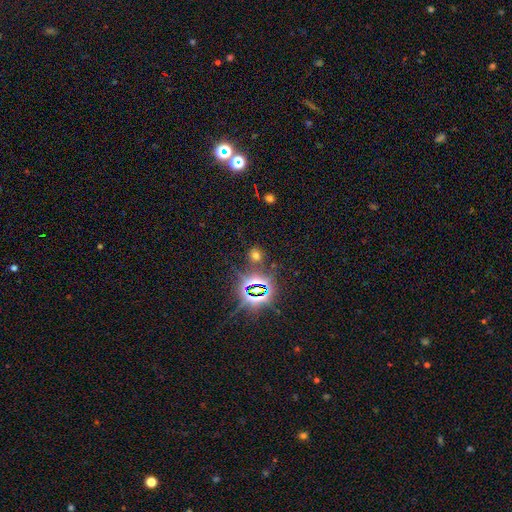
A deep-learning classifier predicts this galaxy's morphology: Overall: smooth (47%; star or artifact 46%). Merging: none (80%).